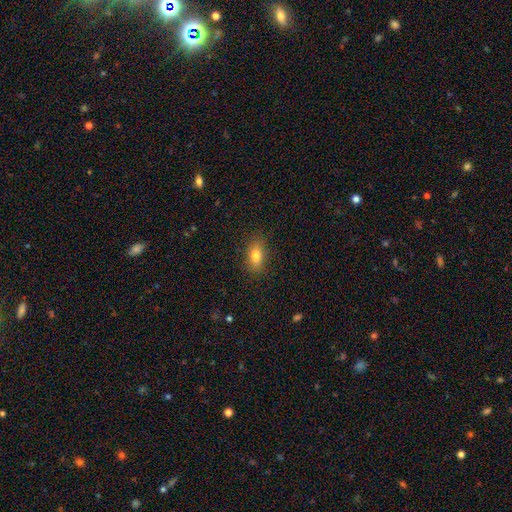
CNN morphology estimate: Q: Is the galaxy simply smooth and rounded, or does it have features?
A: smooth — 81%.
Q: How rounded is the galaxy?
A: in between — 84%.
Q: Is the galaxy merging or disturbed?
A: none — 85%.